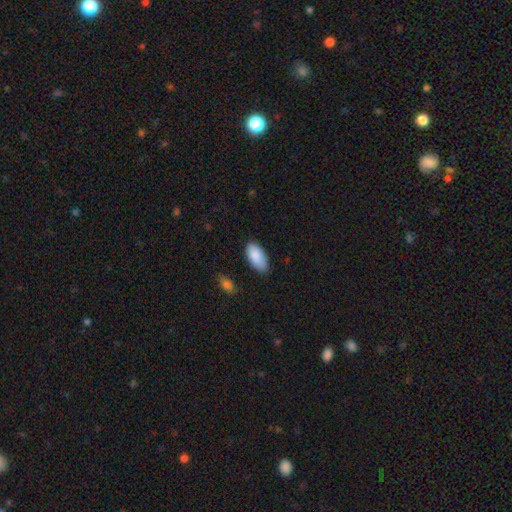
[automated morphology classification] Q: Smooth or featured?
A: smooth (89%); runner-up: star or artifact (6%)
Q: How rounded?
A: in between (94%); runner-up: cigar-shaped (4%)
Q: Merging?
A: none (77%); runner-up: minor disturbance (18%)